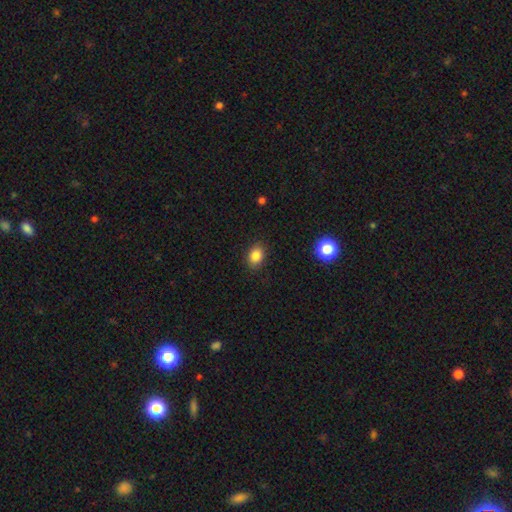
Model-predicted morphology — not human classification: type=smooth (84%); roundness=in between (66%); merging=none (87%).